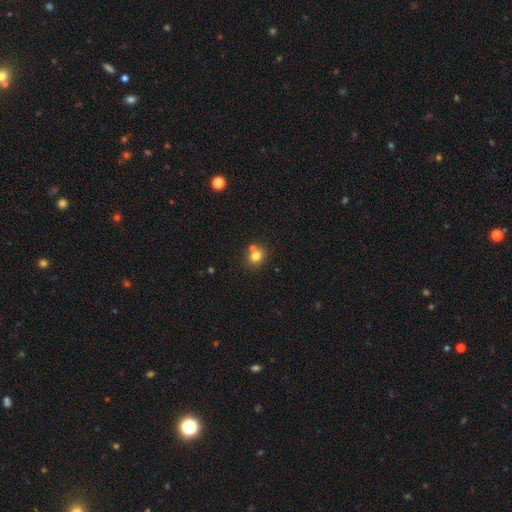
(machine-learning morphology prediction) This is likely a smooth galaxy (78%). How rounded: likely round (75%). Merging: likely none (60%).